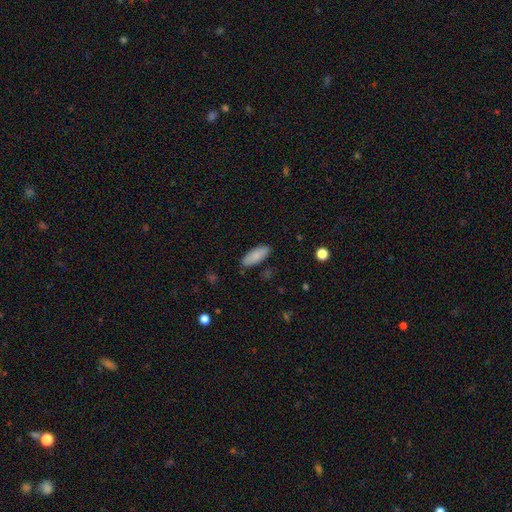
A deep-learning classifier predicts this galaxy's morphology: A smooth galaxy with no disk features (84%) that is in between round and cigar-shaped (79%).

Vote fractions:
- Smooth or featured? smooth: 84% / featured or disk: 10% / star or artifact: 6%
- How rounded? in between: 79% / cigar-shaped: 19% / round: 2%
- Merging? none: 86% / minor disturbance: 11% / major disturbance: 2% / merger: 1%